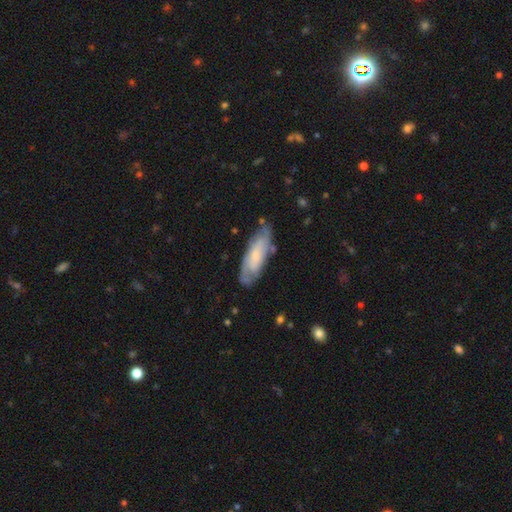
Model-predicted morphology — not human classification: This appears to be a featured or disk galaxy (57%). Merging: none (74%).